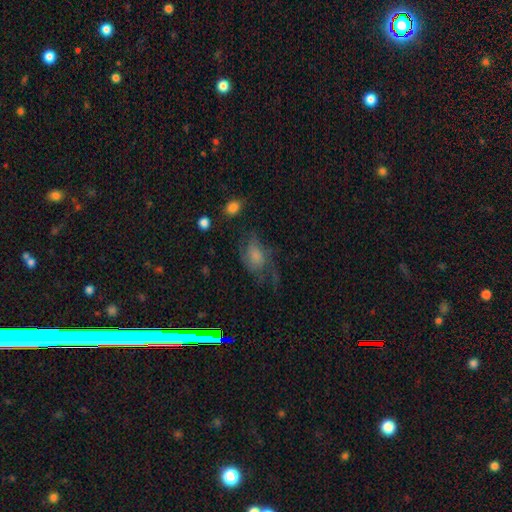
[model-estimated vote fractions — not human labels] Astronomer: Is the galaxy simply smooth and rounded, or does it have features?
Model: smooth — 45% (runner-up: featured or disk, 42%).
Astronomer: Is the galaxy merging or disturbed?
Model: major disturbance — 37%, tied with none at 37%.